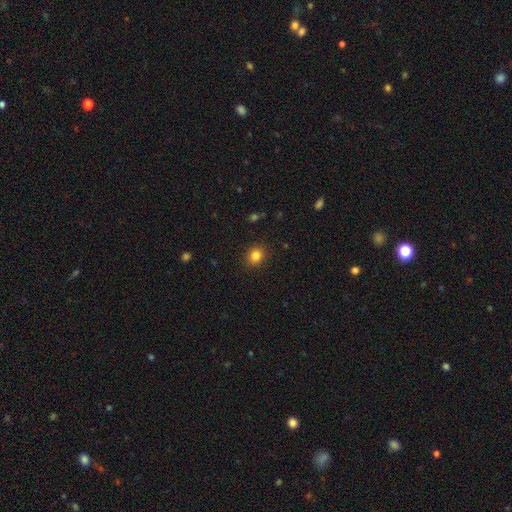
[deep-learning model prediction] A smooth galaxy with no disk features (83%) that is round (76%). Merging: none (91%).